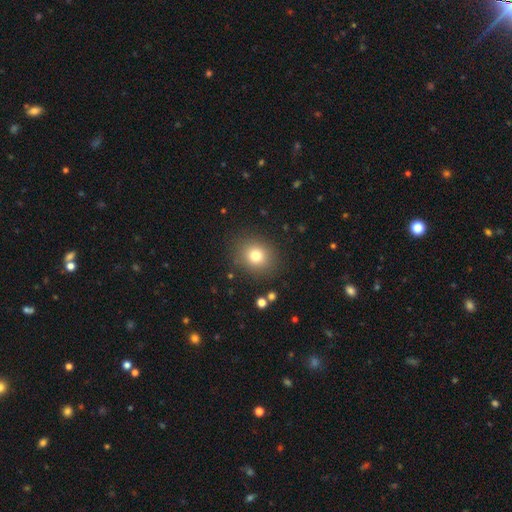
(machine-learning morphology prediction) Smooth or featured? Predicted: smooth (p=0.78). How rounded? Predicted: round (p=0.78). Merging? Predicted: none (p=0.87).